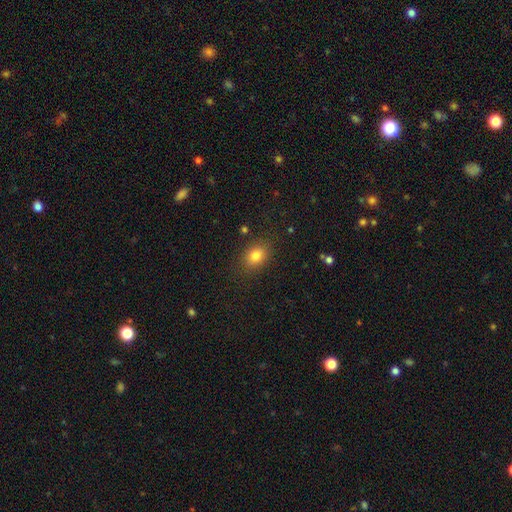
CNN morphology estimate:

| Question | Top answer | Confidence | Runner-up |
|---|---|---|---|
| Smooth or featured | smooth | 81% | star or artifact (11%) |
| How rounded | in between | 68% | round (31%) |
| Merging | none | 84% | minor disturbance (11%) |